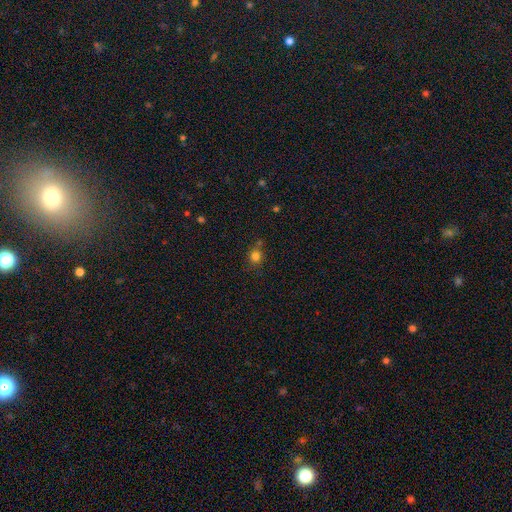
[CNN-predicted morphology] Smooth or featured? Predicted: smooth (p=0.79). How rounded? Predicted: round (p=0.84). Merging? Predicted: none (p=0.69).